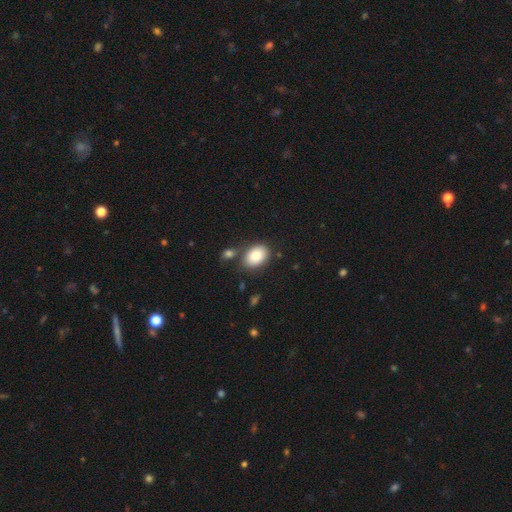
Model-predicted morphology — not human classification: Smooth or featured: smooth — 82% (featured or disk — 10%)
How rounded: in between — 82% (round — 17%)
Merging: none — 74% (minor disturbance — 12%)